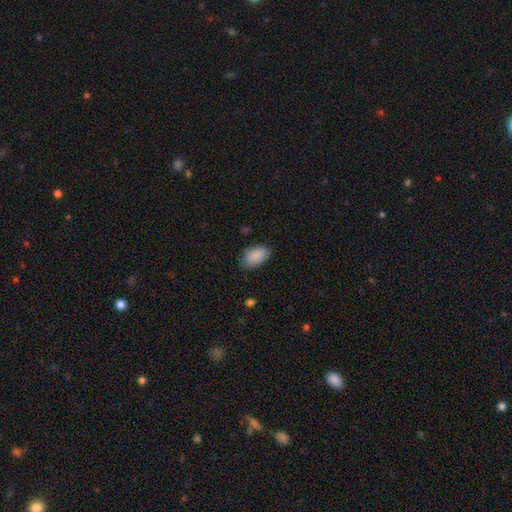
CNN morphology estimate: smooth 88%, star or artifact 6%, featured or disk 6%. Down the decision tree: how rounded — in between (93%); merging — none (74%).